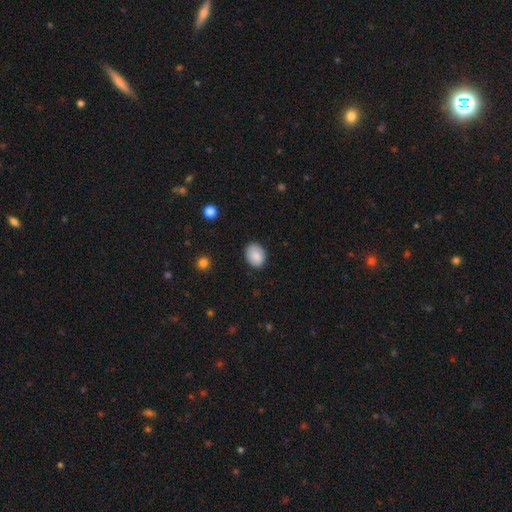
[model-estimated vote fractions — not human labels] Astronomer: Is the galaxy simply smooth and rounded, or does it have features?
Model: smooth — 87%.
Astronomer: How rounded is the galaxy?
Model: in between — 66%.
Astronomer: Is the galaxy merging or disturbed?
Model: none — 85%.